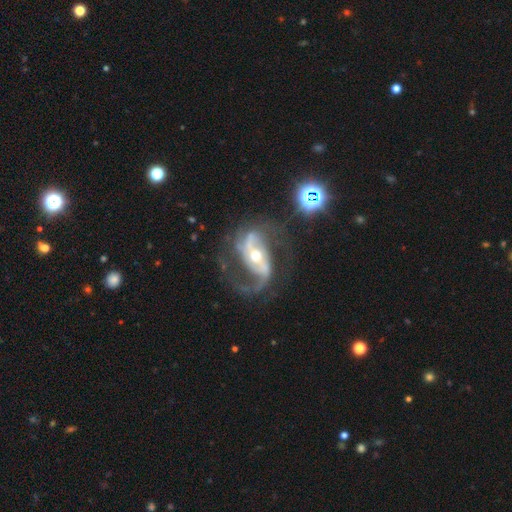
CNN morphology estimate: type=featured or disk (89%); edge-on=no (96%); bar=strong (47%); spiral arms=yes (96%); winding=loose (47%); arm count=2 (85%); bulge=moderate (56%); merging=none (61%).